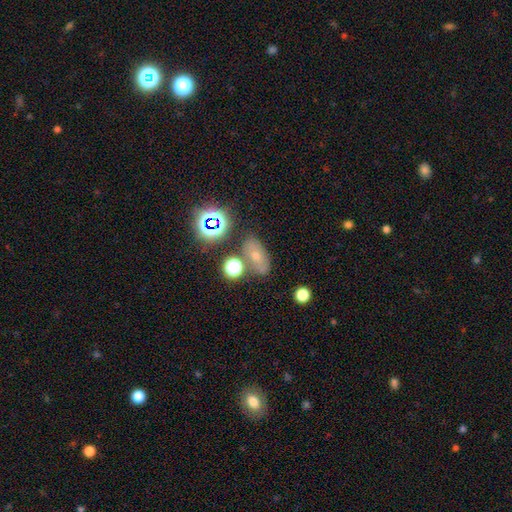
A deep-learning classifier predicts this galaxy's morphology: The model was most divided on "smooth or featured": smooth: 52%, star or artifact: 26%, featured or disk: 23%. More confident: how rounded — in between (78%); merging — none (68%).